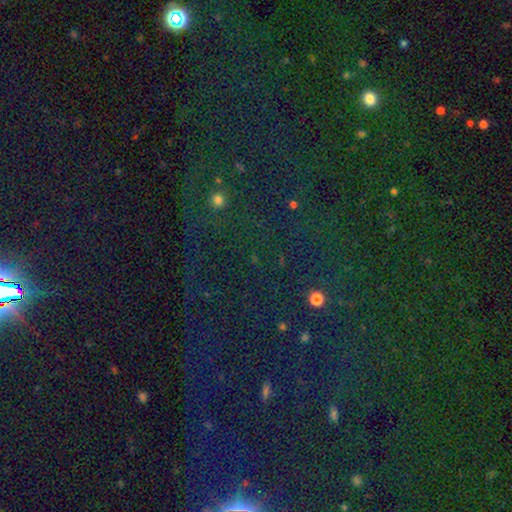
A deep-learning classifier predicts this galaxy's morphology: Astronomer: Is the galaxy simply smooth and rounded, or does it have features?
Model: star or artifact — 79%.